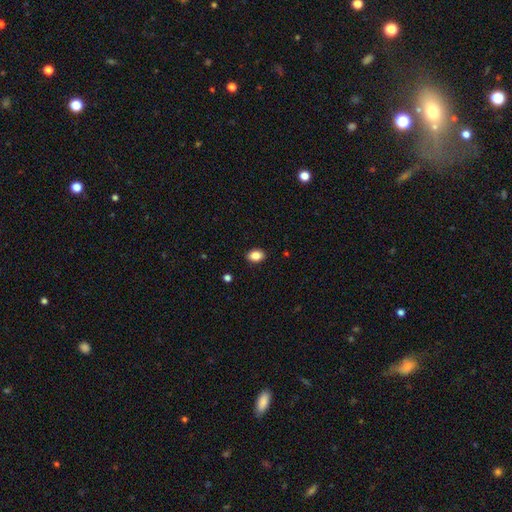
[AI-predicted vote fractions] Morphology: type=smooth (86%); roundness=in between (77%); merging=none (89%).